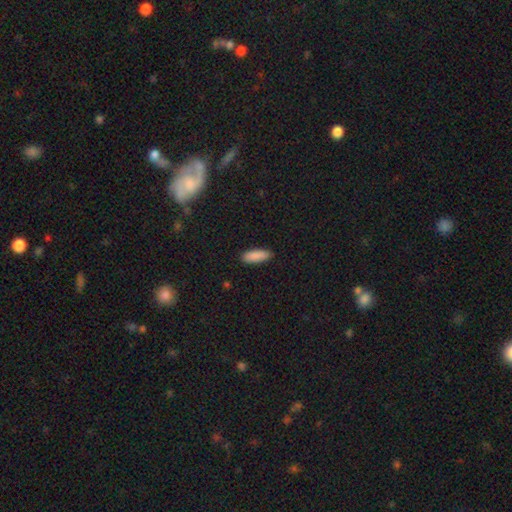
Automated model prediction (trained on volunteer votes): smooth_or_featured: smooth (p=0.89) [alt: star or artifact p=0.06]
how_rounded: in between (p=0.65) [alt: cigar-shaped p=0.33]
merging: none (p=0.89) [alt: minor disturbance p=0.08]